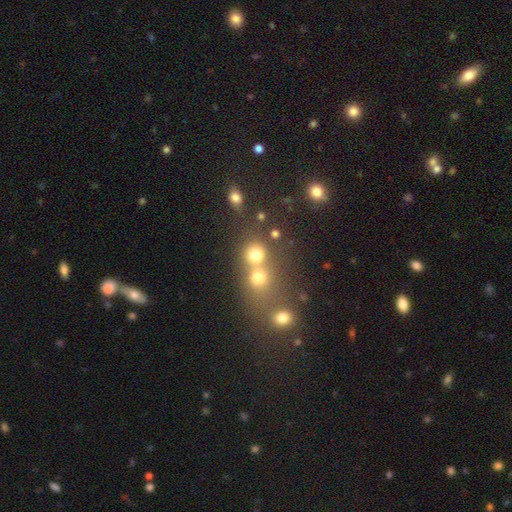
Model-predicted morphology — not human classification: smooth-or-featured: smooth: 70% | star or artifact: 19% | featured or disk: 11%
  how-rounded: round: 81% | in between: 18% | cigar-shaped: 1%
  merging: merger: 46% | none: 43% | minor disturbance: 7% | major disturbance: 4%